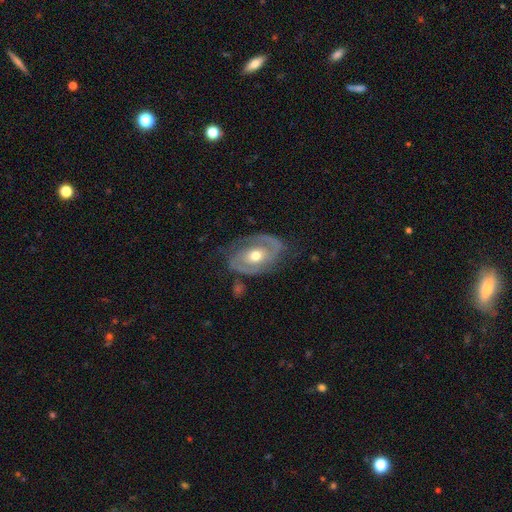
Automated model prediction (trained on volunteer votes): Smooth or featured? featured or disk (83%)
Edge-on disk? no (96%)
Bar? no (64%)
Spiral arms? yes (85%)
Spiral winding? tight (45%)
Spiral arm count? 2 (76%)
Bulge size? moderate (75%)
Merging? none (68%)